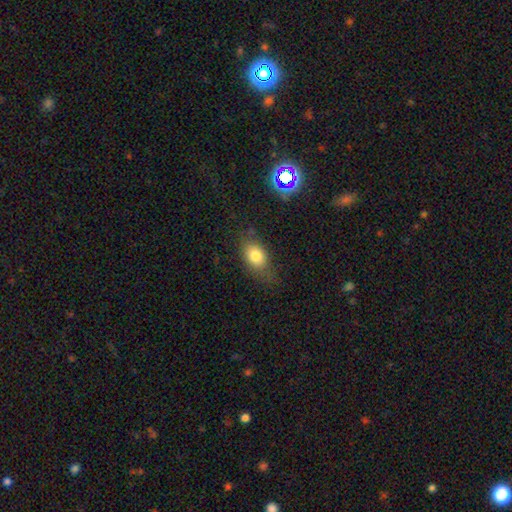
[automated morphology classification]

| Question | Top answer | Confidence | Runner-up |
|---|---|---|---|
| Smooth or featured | smooth | 77% | featured or disk (13%) |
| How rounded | in between | 78% | round (19%) |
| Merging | none | 67% | minor disturbance (23%) |